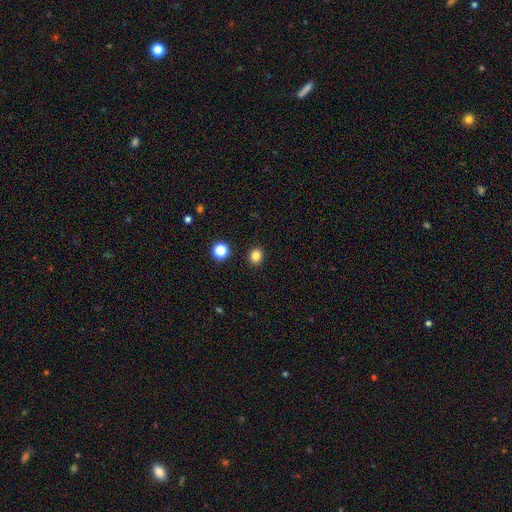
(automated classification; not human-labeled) smooth 83%, star or artifact 13%, featured or disk 4%. Down the decision tree: how rounded — round (76%); merging — none (91%).